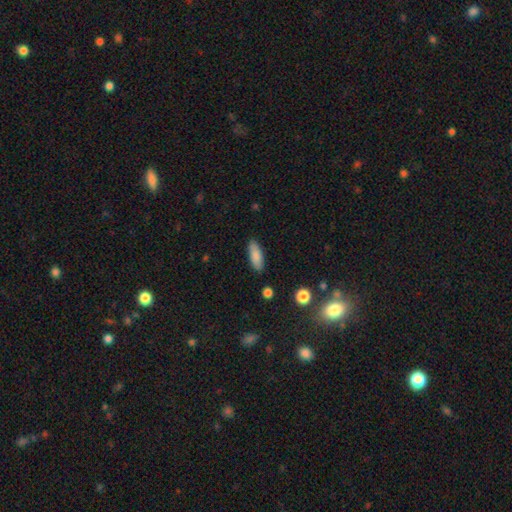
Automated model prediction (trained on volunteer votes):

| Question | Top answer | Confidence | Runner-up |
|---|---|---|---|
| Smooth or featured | smooth | 85% | featured or disk (8%) |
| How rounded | in between | 70% | cigar-shaped (28%) |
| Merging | none | 86% | minor disturbance (10%) |